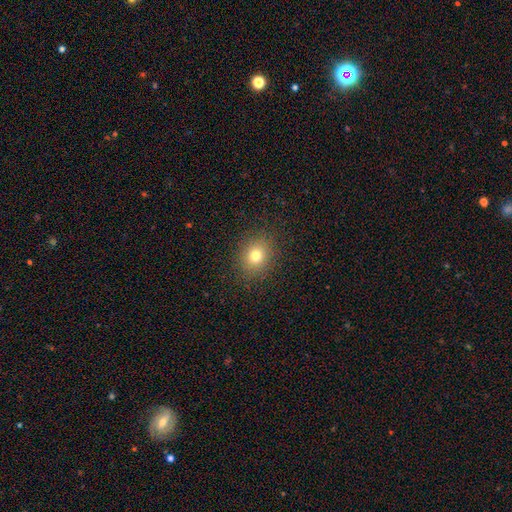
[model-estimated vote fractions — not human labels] Smooth or featured: smooth — 76% (star or artifact — 15%)
How rounded: round — 67% (in between — 32%)
Merging: none — 89% (minor disturbance — 7%)